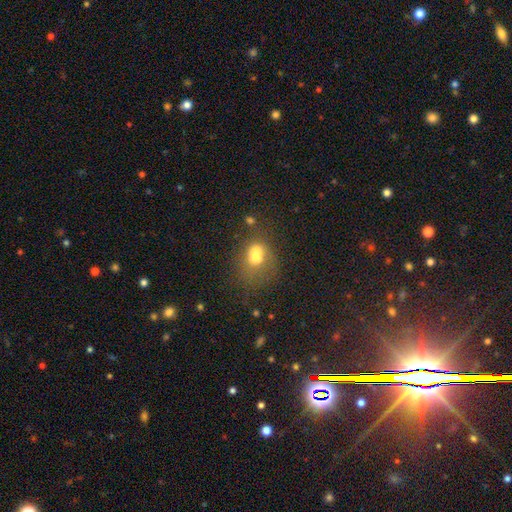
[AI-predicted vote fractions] A smooth galaxy with no disk features (68%) that is in between round and cigar-shaped (65%). Merging: none (34%).